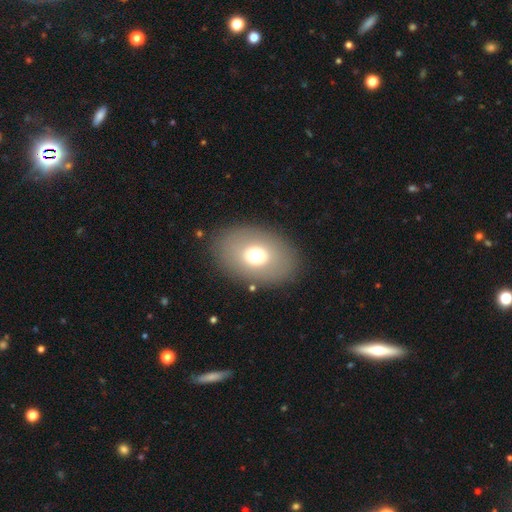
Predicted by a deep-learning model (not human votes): A smooth galaxy with no disk features (66%) that is in between round and cigar-shaped (77%). Merging: none (85%).